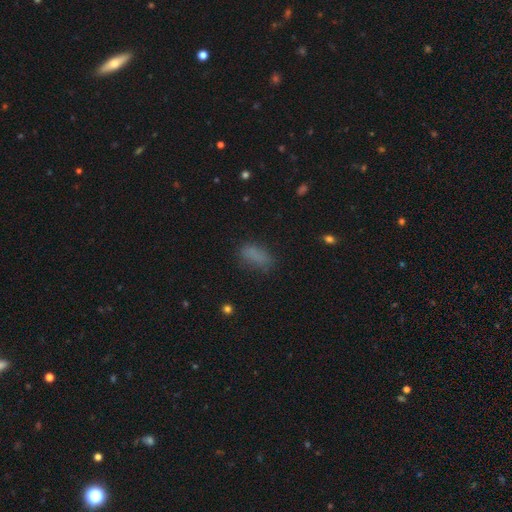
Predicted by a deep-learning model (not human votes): This appears to be a smooth galaxy with no disk features (79%) that is in between round and cigar-shaped (79%). Merging: none (67%).